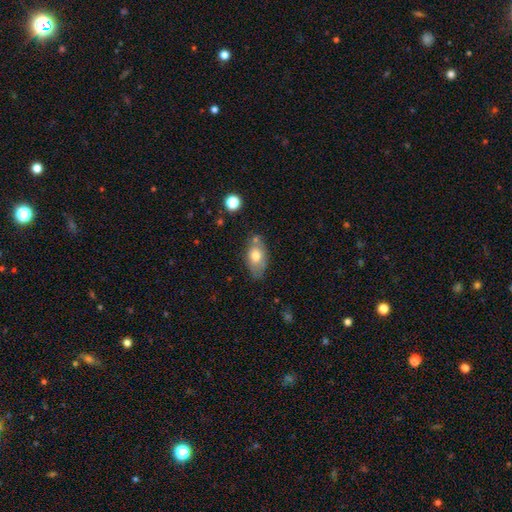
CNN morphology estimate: This is likely a smooth galaxy (71%). How rounded: clearly in between (88%). Merging: likely none (61%).